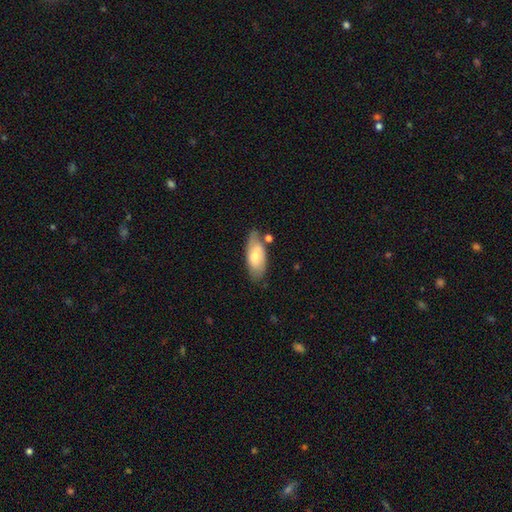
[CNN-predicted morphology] A smooth galaxy with no disk features (61%) that is in between round and cigar-shaped (84%). Merging: none (66%).